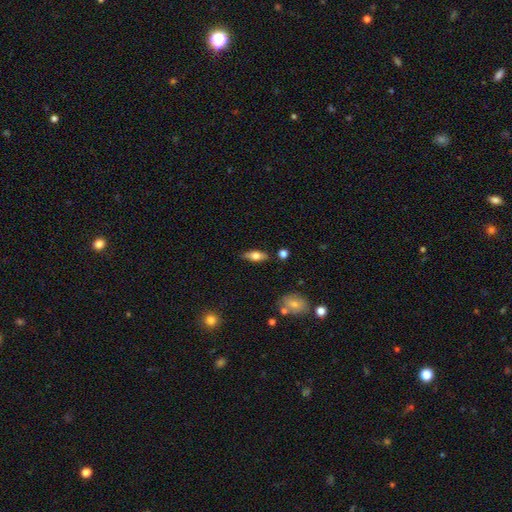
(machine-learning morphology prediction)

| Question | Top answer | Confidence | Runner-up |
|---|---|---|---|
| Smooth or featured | smooth | 66% | featured or disk (28%) |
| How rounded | in between | 70% | cigar-shaped (26%) |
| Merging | none | 83% | minor disturbance (11%) |